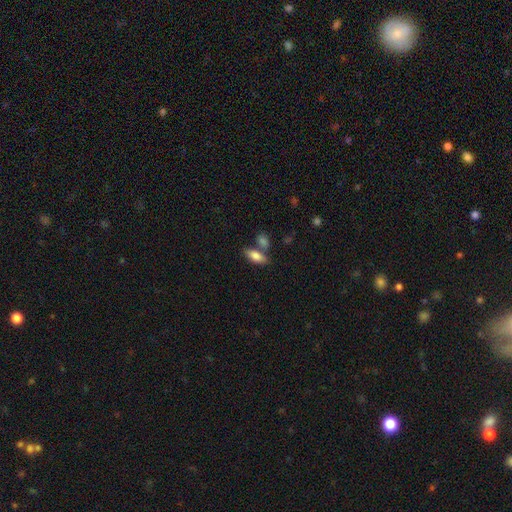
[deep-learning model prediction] A smooth galaxy with no disk features (80%) that is in between round and cigar-shaped (80%). Merging: none (60%).